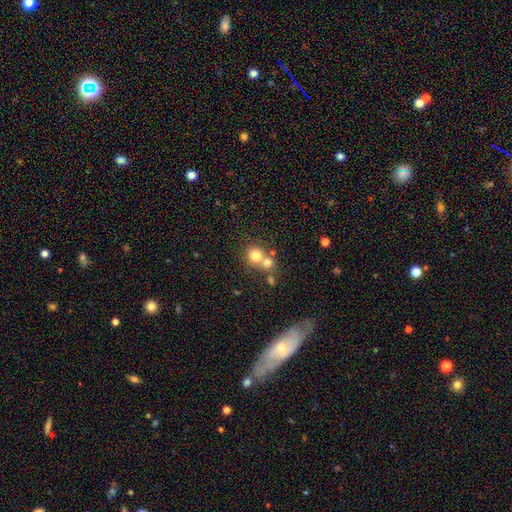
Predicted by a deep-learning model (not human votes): Smooth or featured? Predicted: smooth (p=0.74). How rounded? Predicted: round (p=0.86). Merging? Predicted: merger (p=0.47).